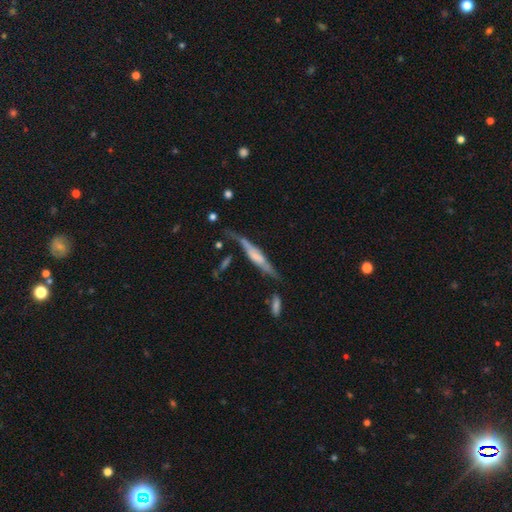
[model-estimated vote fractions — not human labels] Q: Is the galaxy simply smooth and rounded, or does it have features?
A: featured or disk — 60%.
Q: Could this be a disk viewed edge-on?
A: yes — 86%.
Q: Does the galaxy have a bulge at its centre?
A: boxy — 44%.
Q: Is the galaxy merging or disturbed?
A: none — 51%.